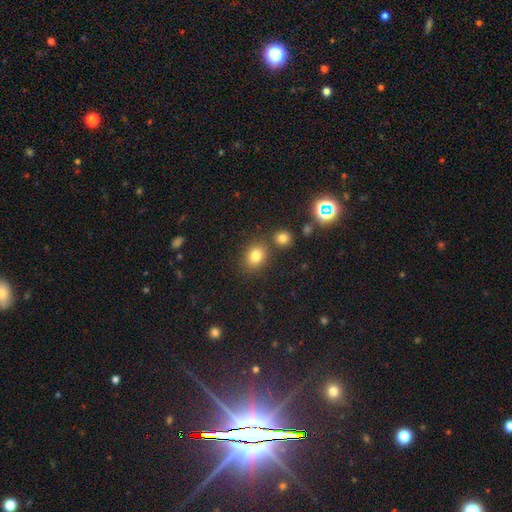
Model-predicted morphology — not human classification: smooth_or_featured: smooth (p=0.80) [alt: star or artifact p=0.13]
how_rounded: in between (p=0.53) [alt: round p=0.46]
merging: none (p=0.74) [alt: merger p=0.12]